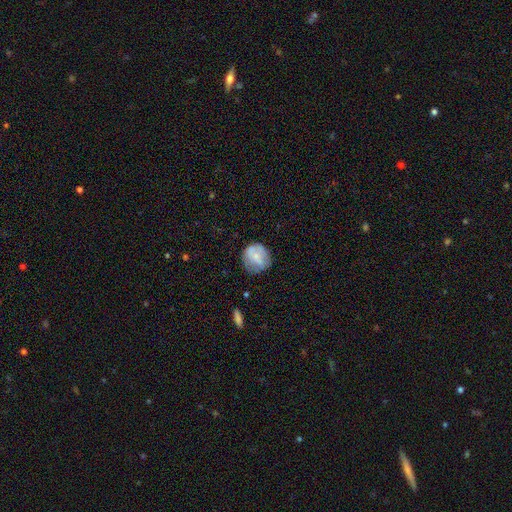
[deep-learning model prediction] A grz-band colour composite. It shows a smooth galaxy with no disk features (60%) that is round (82%). Merging: none (61%).